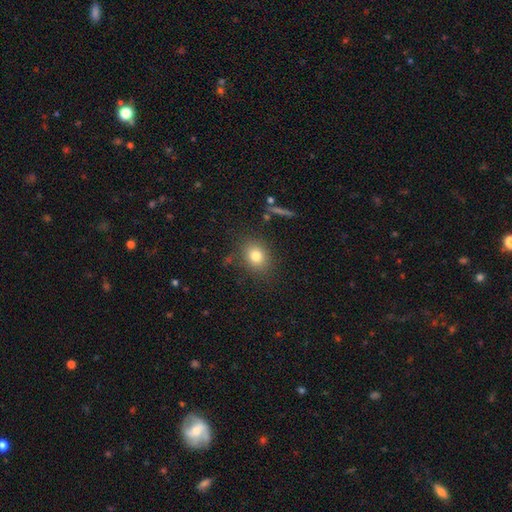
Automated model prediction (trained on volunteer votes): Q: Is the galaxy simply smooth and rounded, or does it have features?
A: smooth — 78%.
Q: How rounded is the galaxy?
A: round — 59%.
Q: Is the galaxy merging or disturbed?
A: none — 82%.